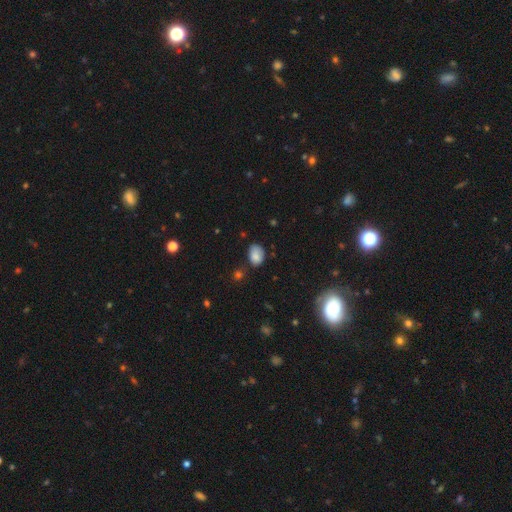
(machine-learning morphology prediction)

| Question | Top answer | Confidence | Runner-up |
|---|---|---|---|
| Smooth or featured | smooth | 81% | star or artifact (11%) |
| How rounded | in between | 79% | round (19%) |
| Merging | none | 57% | minor disturbance (31%) |